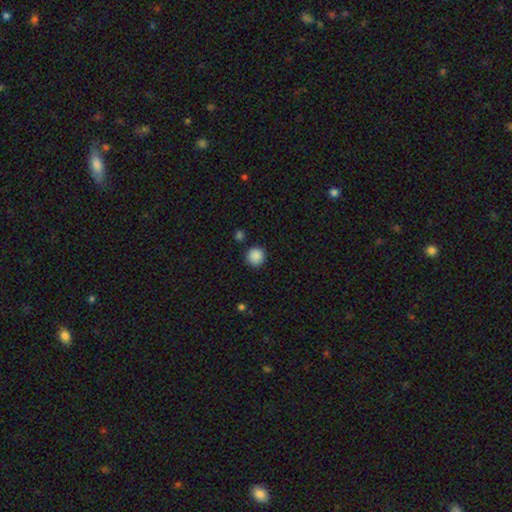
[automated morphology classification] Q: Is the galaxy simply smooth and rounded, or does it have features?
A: smooth — 88%.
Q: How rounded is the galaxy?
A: round — 95%.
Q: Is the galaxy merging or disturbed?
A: none — 90%.